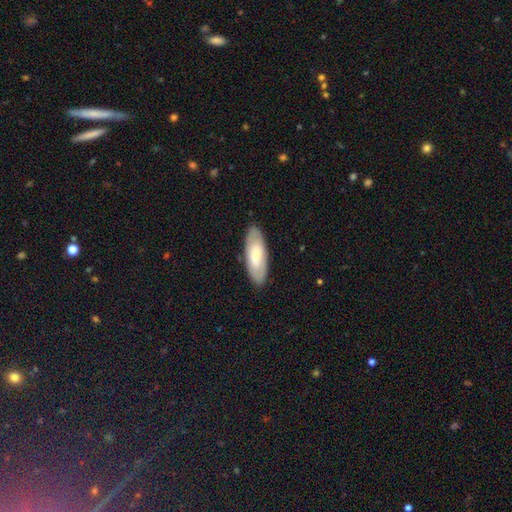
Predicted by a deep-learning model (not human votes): This appears to be a smooth galaxy with no disk features (63%) that is in between round and cigar-shaped (74%). Merging: none (86%).